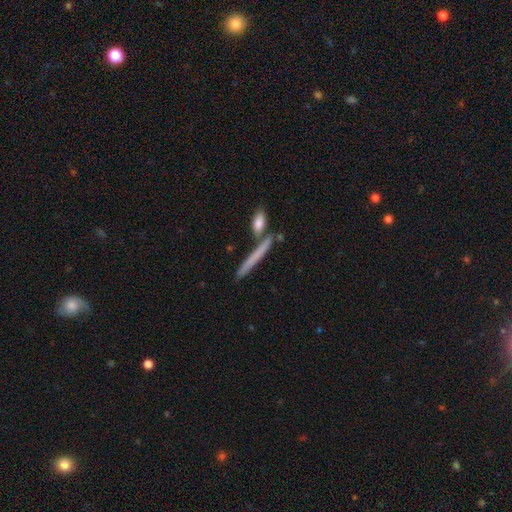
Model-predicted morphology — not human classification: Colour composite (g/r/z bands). It shows a smooth galaxy with no disk features (59%) that is cigar-shaped (93%). Merging: none (70%).